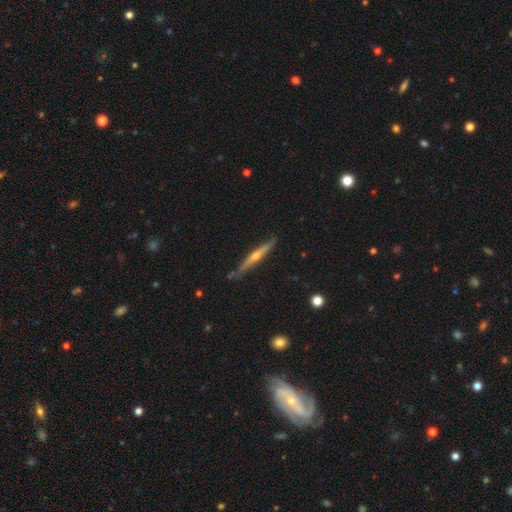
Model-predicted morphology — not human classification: smooth_or_featured: featured or disk (p=0.74) [alt: smooth p=0.21]
disk_edge_on: yes (p=0.97) [alt: no p=0.03]
edge_on_bulge: rounded (p=0.82) [alt: none p=0.14]
merging: none (p=0.85) [alt: minor disturbance p=0.11]